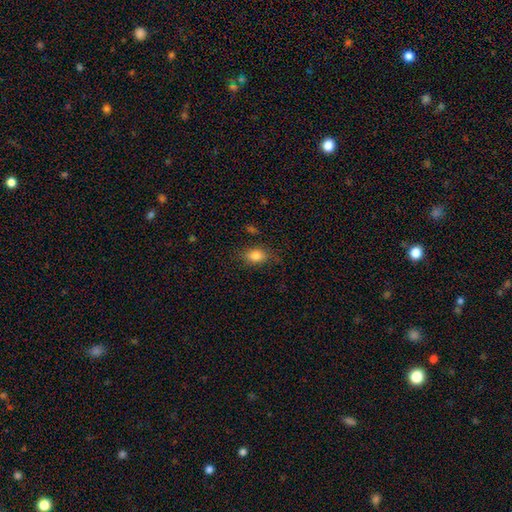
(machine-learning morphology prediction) The model was most divided on "merging": none: 77%, minor disturbance: 16%, major disturbance: 5%, merger: 2%. More confident: smooth or featured — smooth (83%); how rounded — in between (80%).